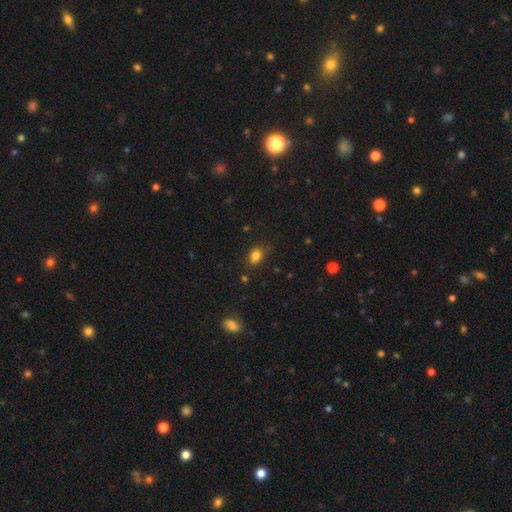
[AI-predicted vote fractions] Morphology: type=smooth (83%); roundness=in between (74%); merging=none (78%).